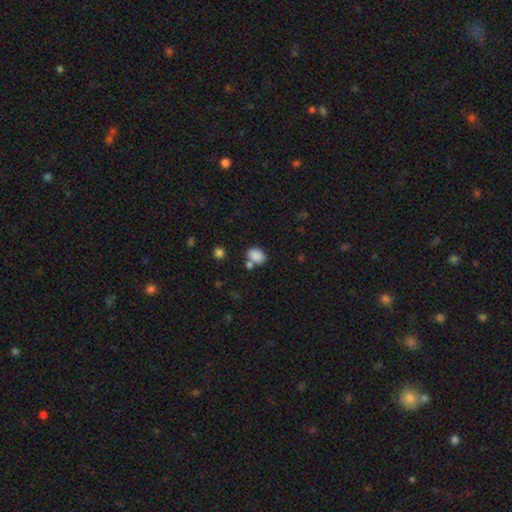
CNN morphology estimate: This appears to be a smooth galaxy with no disk features (86%) that is in between round and cigar-shaped (75%). Merging: none (63%).